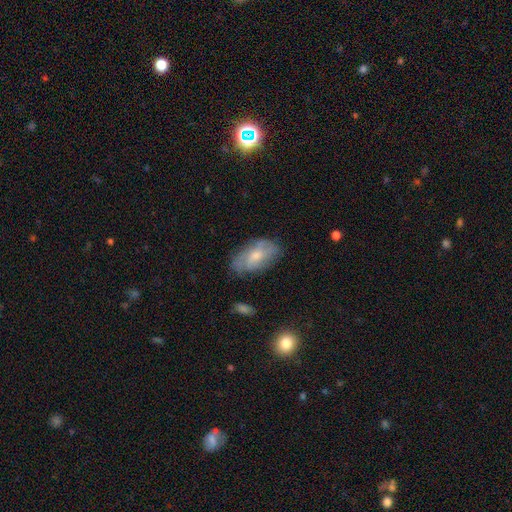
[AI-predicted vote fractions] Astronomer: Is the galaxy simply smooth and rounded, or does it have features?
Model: smooth — 47% (runner-up: featured or disk, 46%).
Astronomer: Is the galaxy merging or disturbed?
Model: none — 64%.